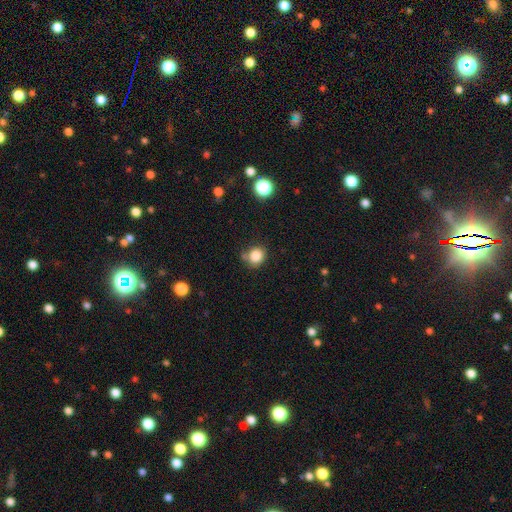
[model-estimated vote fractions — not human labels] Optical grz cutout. It shows a smooth galaxy with no disk features (84%) that is round (75%). Merging: none (66%).